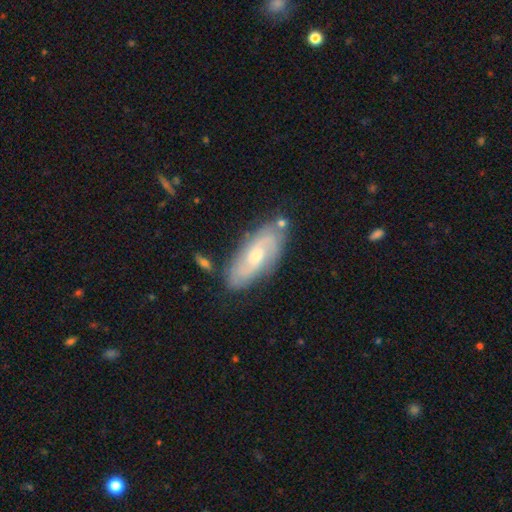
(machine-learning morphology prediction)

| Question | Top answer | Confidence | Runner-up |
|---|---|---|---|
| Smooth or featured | featured or disk | 72% | smooth (22%) |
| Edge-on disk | no | 90% | yes (10%) |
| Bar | no | 51% | weak (41%) |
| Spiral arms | yes | 91% | no (9%) |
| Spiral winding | medium | 43% | tight (36%) |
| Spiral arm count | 2 | 68% | can't tell (20%) |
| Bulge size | moderate | 54% | small (40%) |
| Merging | none | 75% | minor disturbance (16%) |